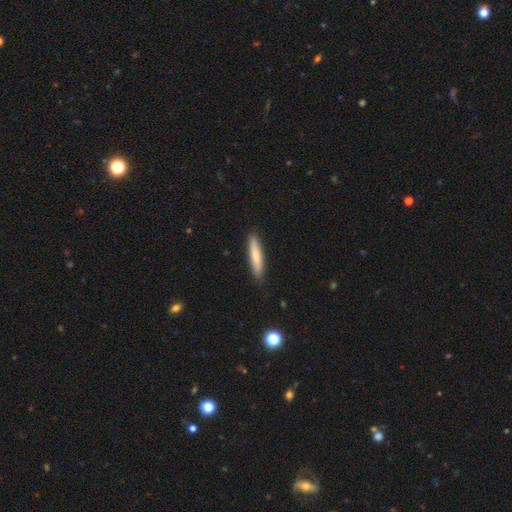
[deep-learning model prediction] Q: Smooth or featured?
A: smooth (75%); runner-up: featured or disk (19%)
Q: How rounded?
A: cigar-shaped (86%); runner-up: in between (13%)
Q: Merging?
A: none (88%); runner-up: minor disturbance (10%)